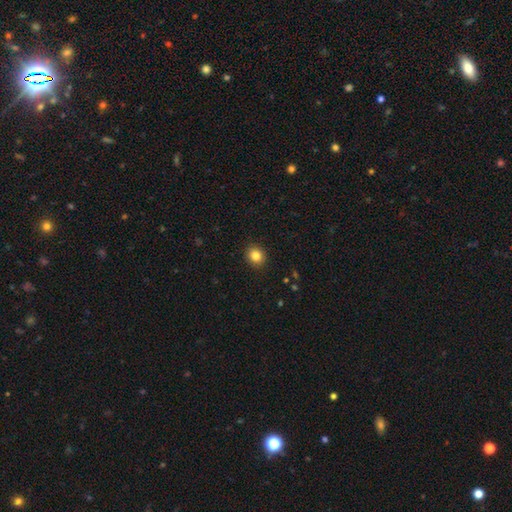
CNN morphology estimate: This is clearly a smooth galaxy (84%). How rounded: likely round (72%). Merging: clearly none (91%).